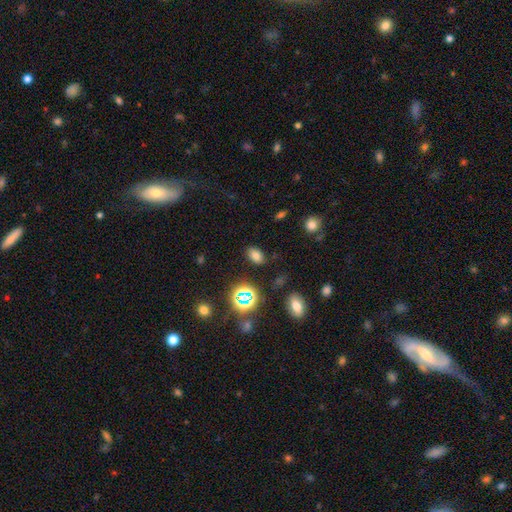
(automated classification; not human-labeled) This appears to be a smooth galaxy with no disk features (72%) that is in between round and cigar-shaped (86%). Merging: none (85%).